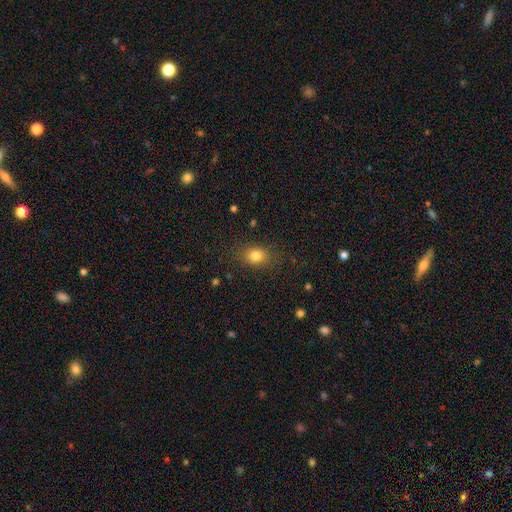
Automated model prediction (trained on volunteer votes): The model was most divided on "how rounded": in between: 55%, round: 43%, cigar-shaped: 2%. More confident: merging — none (82%); smooth or featured — smooth (81%).